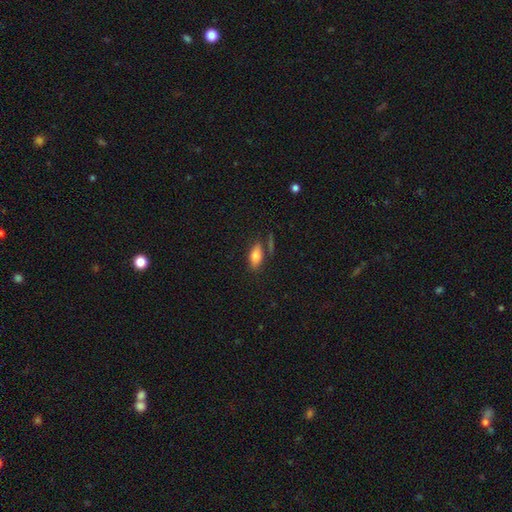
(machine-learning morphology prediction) Smooth or featured? Predicted: smooth (p=0.79). How rounded? Predicted: in between (p=0.83). Merging? Predicted: none (p=0.71).